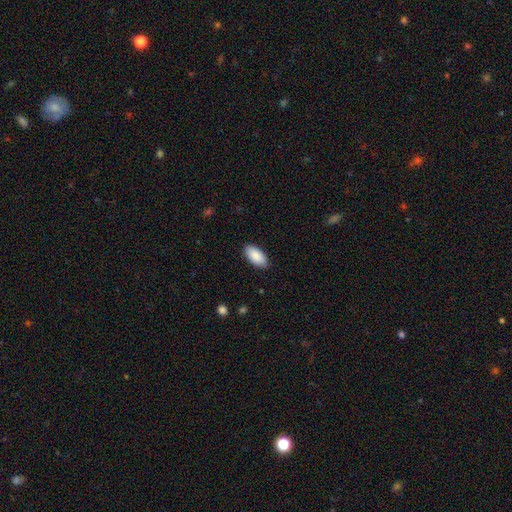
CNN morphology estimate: type=smooth (90%); roundness=in between (94%); merging=none (88%).